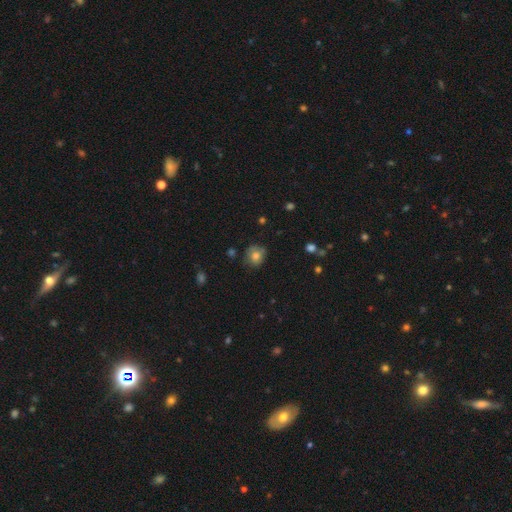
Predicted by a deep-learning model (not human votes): Smooth or featured? smooth (73%)
How rounded? round (75%)
Merging? none (67%)